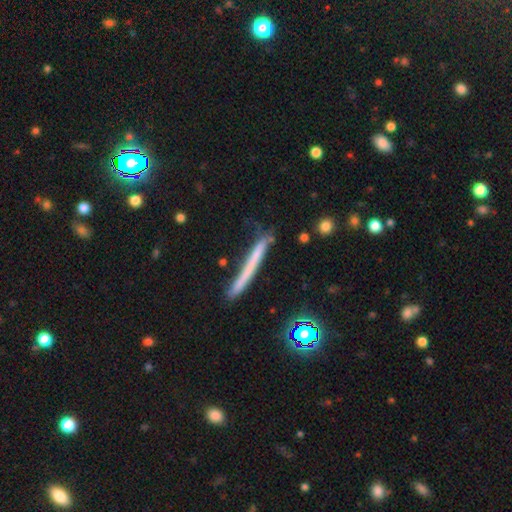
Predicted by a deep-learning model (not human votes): A smooth galaxy with no disk features (53%) that is cigar-shaped (96%).

Vote fractions:
- Smooth or featured? smooth: 53% / featured or disk: 39% / star or artifact: 8%
- How rounded? cigar-shaped: 96% / in between: 2% / round: 2%
- Merging? none: 69% / minor disturbance: 21% / major disturbance: 6% / merger: 4%